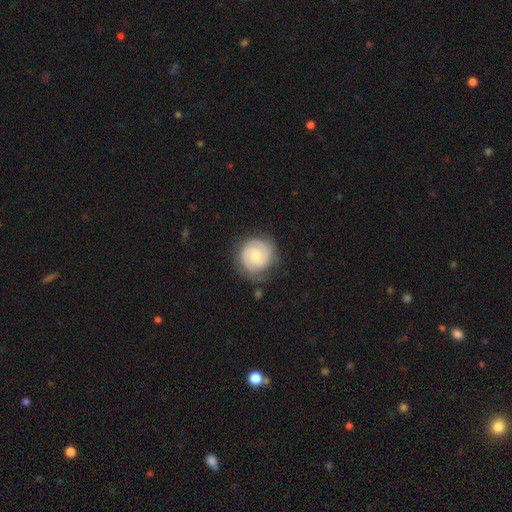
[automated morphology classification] featured or disk 70%, smooth 24%, star or artifact 5%. Down the decision tree: edge-on disk — no (98%); bar — no (63%); spiral arms — yes (93%); spiral arm count — 2 (66%); spiral winding — tight (64%); bulge size — moderate (49%); merging — none (73%).